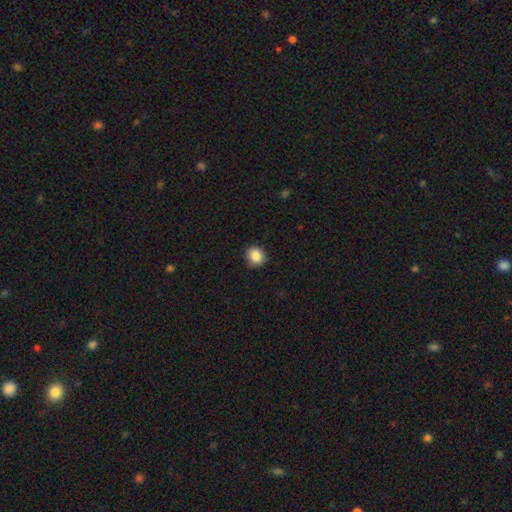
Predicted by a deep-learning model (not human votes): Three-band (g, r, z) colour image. It shows a smooth galaxy with no disk features (87%) that is round (81%). Merging: none (84%).